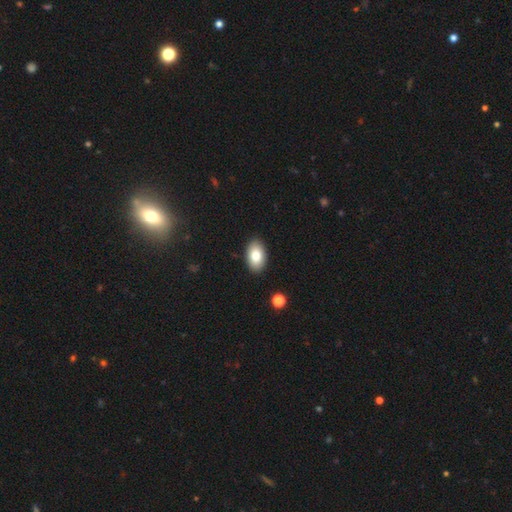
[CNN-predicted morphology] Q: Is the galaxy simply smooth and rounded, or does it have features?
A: smooth — 81%.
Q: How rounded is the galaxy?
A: in between — 93%.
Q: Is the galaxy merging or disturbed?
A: none — 89%.